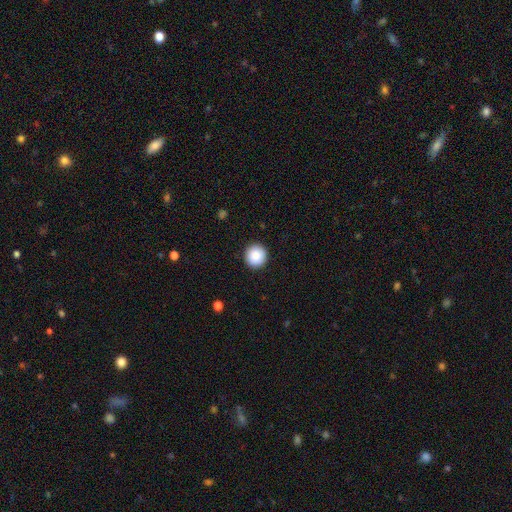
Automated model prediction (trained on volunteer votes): The model was most divided on "smooth or featured": smooth: 88%, star or artifact: 8%, featured or disk: 4%. More confident: how rounded — round (95%); merging — none (93%).